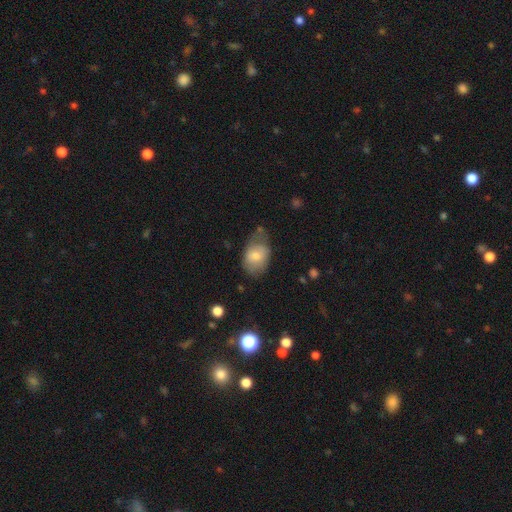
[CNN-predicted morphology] A smooth galaxy with no disk features (72%) that is in between round and cigar-shaped (82%). Merging: none (45%).